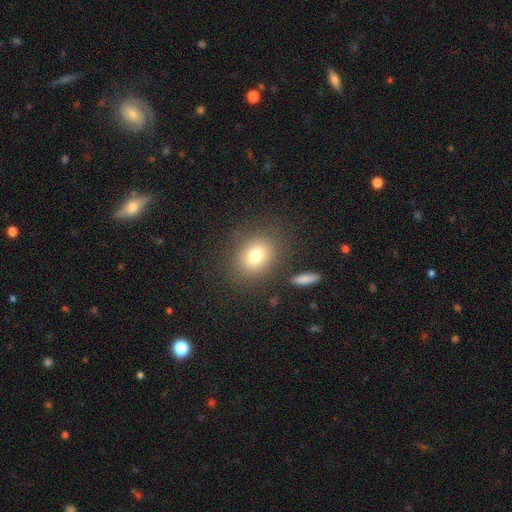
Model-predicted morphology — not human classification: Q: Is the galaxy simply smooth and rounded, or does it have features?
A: smooth — 77%.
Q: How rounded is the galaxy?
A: round — 55%.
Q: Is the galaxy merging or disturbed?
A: none — 81%.